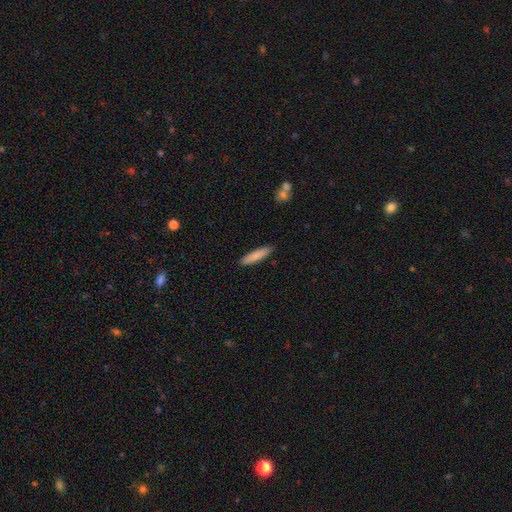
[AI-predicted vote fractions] Smooth or featured: smooth — 84% (featured or disk — 10%)
How rounded: cigar-shaped — 81% (in between — 18%)
Merging: none — 89% (minor disturbance — 8%)